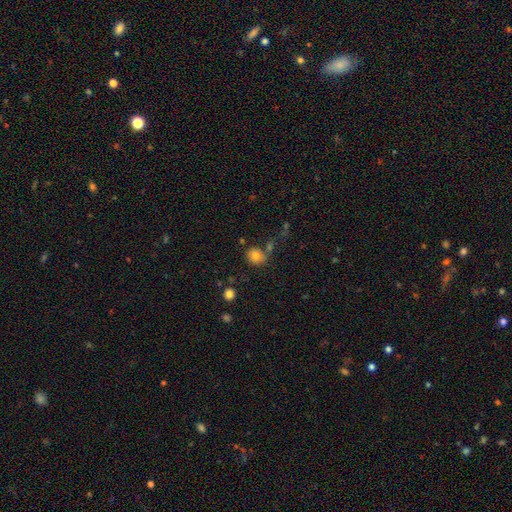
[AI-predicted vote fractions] Smooth or featured: smooth — 79% (star or artifact — 11%)
How rounded: round — 73% (in between — 26%)
Merging: none — 70% (minor disturbance — 14%)